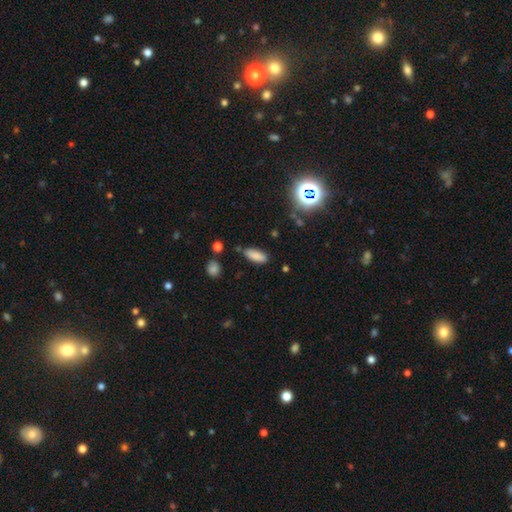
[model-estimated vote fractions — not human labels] The model was most divided on "how rounded": in between: 78%, cigar-shaped: 20%, round: 2%. More confident: smooth or featured — smooth (84%); merging — none (81%).